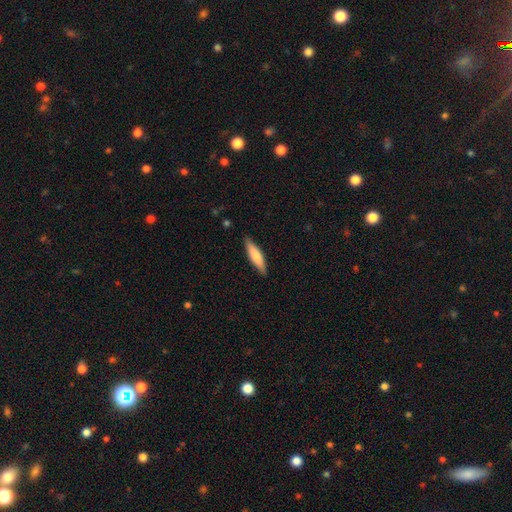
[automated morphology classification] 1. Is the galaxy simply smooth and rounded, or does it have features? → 74% smooth, 21% featured or disk, 5% star or artifact.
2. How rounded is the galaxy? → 74% cigar-shaped, 24% in between, 1% round.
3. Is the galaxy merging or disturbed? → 88% none, 9% minor disturbance, 2% major disturbance, 1% merger.